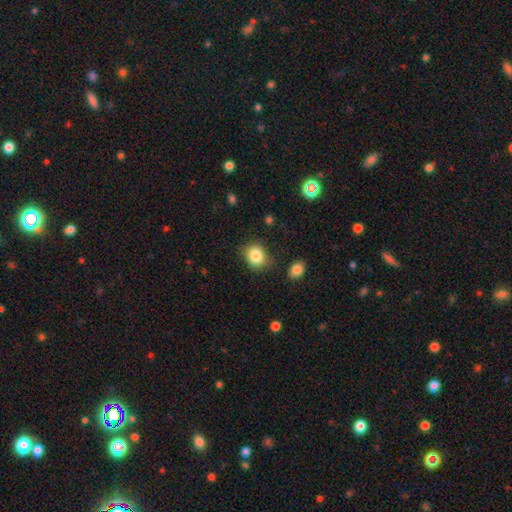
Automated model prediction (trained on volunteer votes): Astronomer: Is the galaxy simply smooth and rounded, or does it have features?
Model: smooth — 84%.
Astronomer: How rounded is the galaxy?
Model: round — 66%.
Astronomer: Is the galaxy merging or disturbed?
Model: none — 79%.